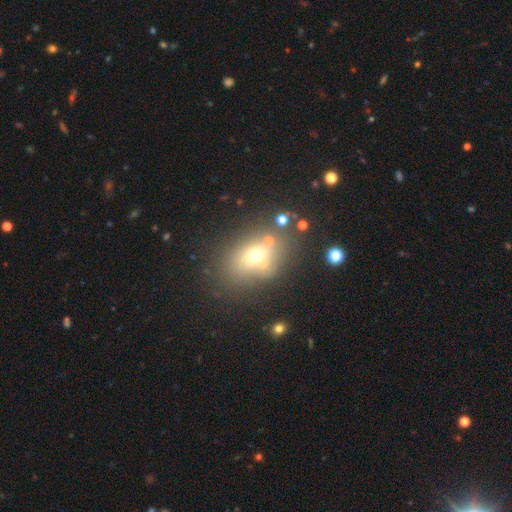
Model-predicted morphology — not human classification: Smooth or featured? Predicted: smooth (p=0.63). How rounded? Predicted: in between (p=0.65). Merging? Predicted: none (p=0.61).